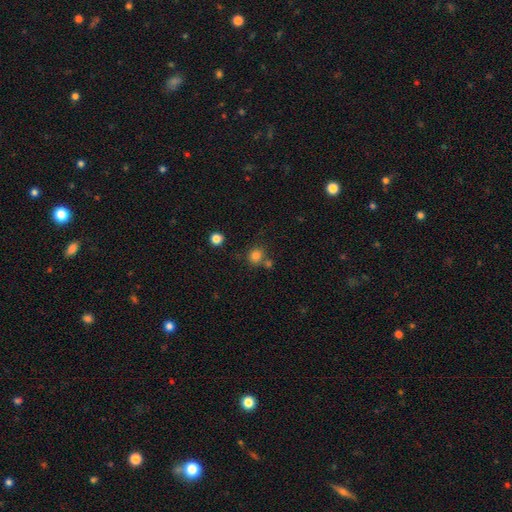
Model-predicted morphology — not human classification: smooth-or-featured: smooth: 80% | star or artifact: 14% | featured or disk: 6%
  how-rounded: round: 82% | in between: 17% | cigar-shaped: 1%
  merging: none: 66% | merger: 20% | minor disturbance: 11% | major disturbance: 4%